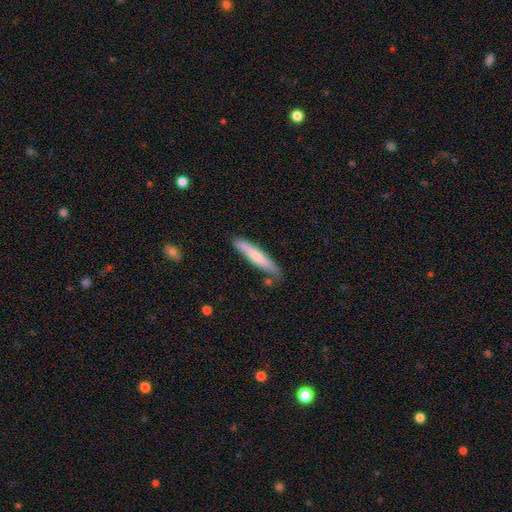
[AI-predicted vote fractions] This appears to be a smooth galaxy with no disk features (68%) that is cigar-shaped (90%). Merging: none (79%).